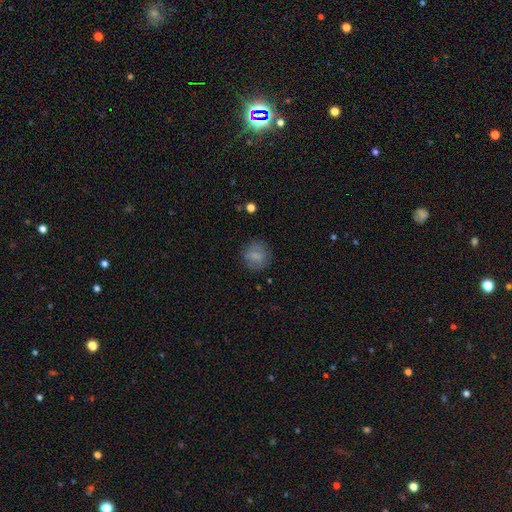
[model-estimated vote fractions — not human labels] Smooth or featured? Predicted: smooth (p=0.78). How rounded? Predicted: round (p=0.84). Merging? Predicted: none (p=0.81).